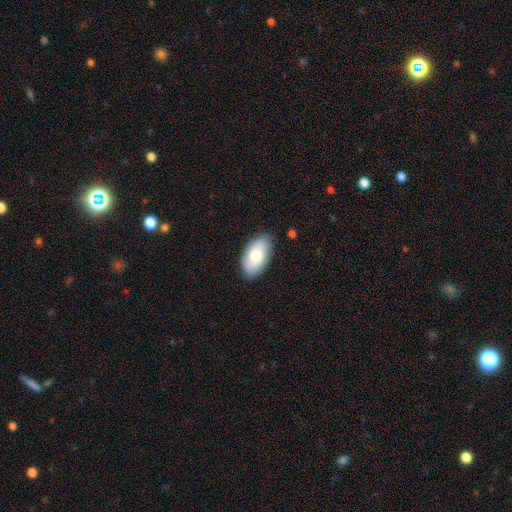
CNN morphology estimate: type=smooth (77%); roundness=in between (95%); merging=none (81%).